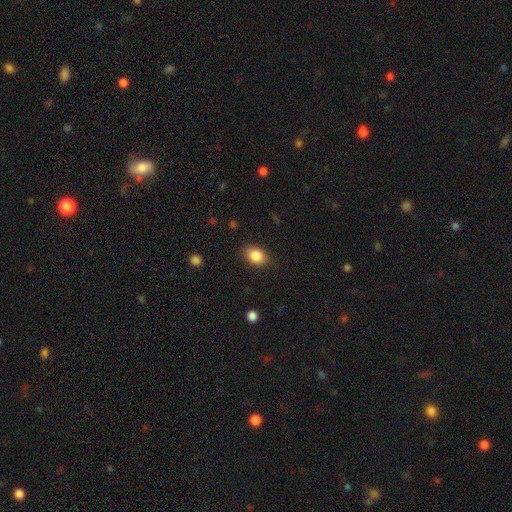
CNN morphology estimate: A smooth galaxy with no disk features (86%) that is in between round and cigar-shaped (73%). Merging: none (83%).